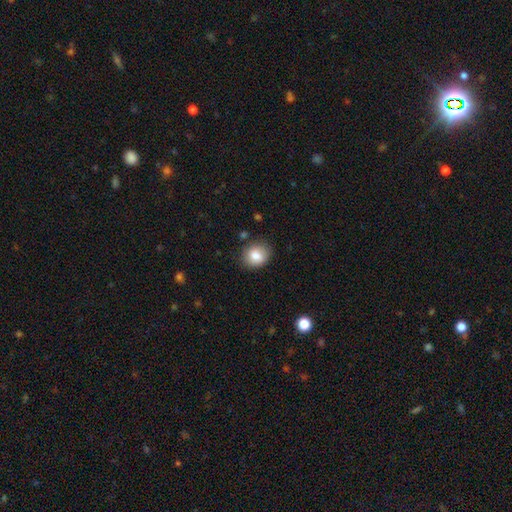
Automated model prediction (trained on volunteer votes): A smooth galaxy with no disk features (84%) that is round (63%).

Vote fractions:
- Smooth or featured? smooth: 84% / star or artifact: 9% / featured or disk: 7%
- How rounded? round: 63% / in between: 36% / cigar-shaped: 1%
- Merging? none: 82% / minor disturbance: 13% / major disturbance: 3% / merger: 2%